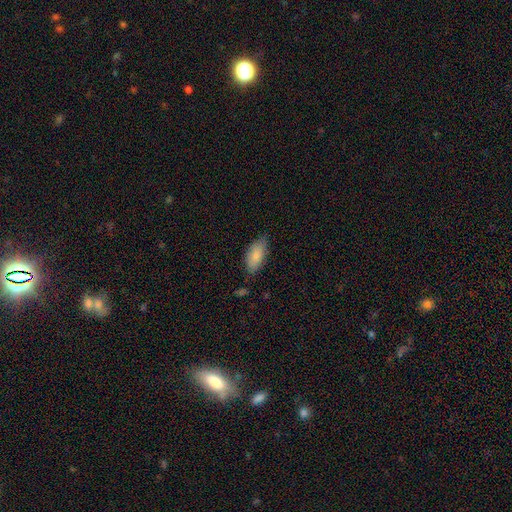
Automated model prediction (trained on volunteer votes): Smooth or featured? Predicted: smooth (p=0.83). How rounded? Predicted: in between (p=0.88). Merging? Predicted: none (p=0.70).